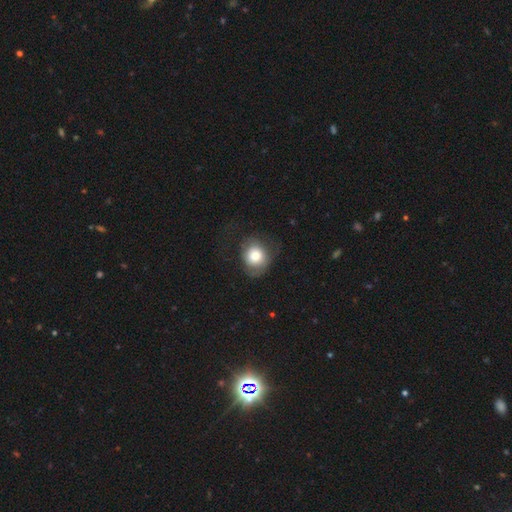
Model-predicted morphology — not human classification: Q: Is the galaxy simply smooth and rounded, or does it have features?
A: smooth — 74%.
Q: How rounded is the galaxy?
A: round — 71%.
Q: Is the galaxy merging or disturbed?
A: none — 54%.